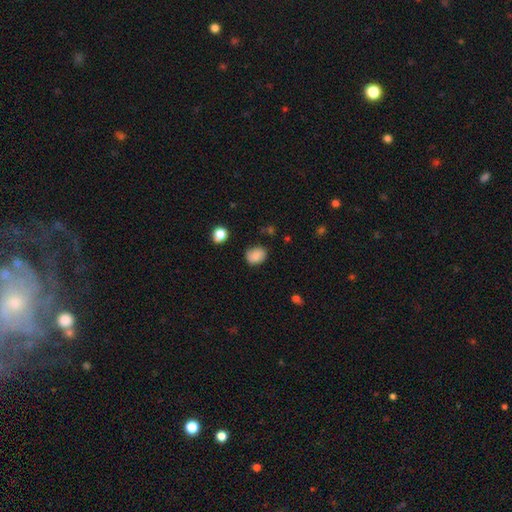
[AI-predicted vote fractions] This appears to be a smooth galaxy with no disk features (86%) that is in between round and cigar-shaped (50%). Merging: none (77%).